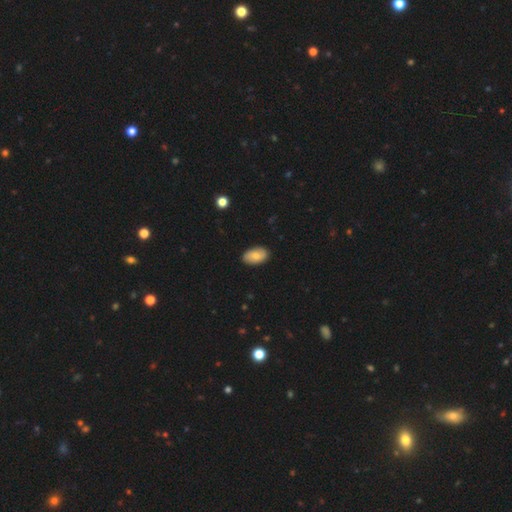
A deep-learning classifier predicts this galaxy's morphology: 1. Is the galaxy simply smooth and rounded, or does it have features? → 75% smooth, 19% featured or disk, 6% star or artifact.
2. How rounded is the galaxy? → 93% in between, 5% round, 2% cigar-shaped.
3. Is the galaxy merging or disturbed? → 87% none, 10% minor disturbance, 2% major disturbance, 1% merger.